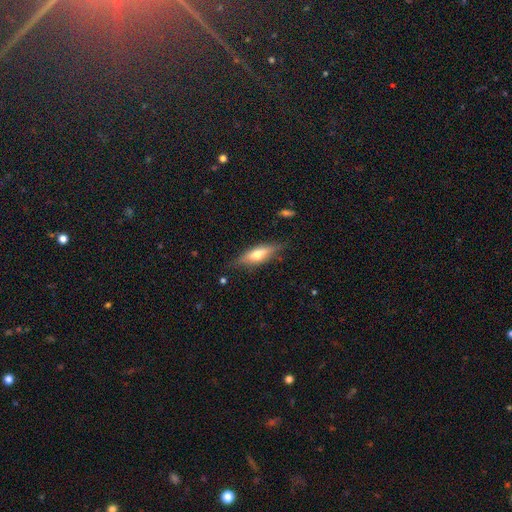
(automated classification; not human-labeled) This is possibly a featured or disk galaxy (51%). It is clearly viewed edge-on (88%). Merging: clearly none (80%).